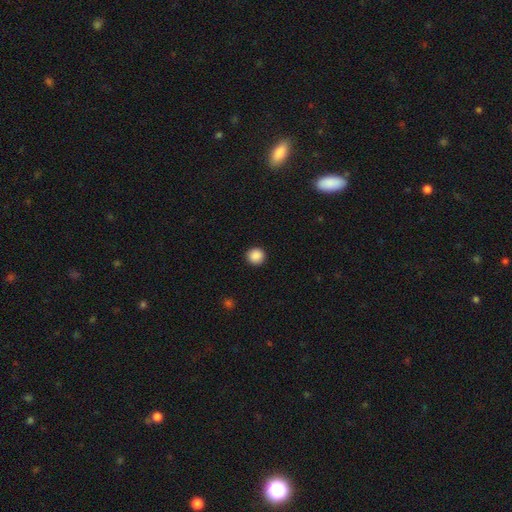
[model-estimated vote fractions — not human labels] A smooth galaxy with no disk features (89%) that is round (94%). Merging: none (93%).